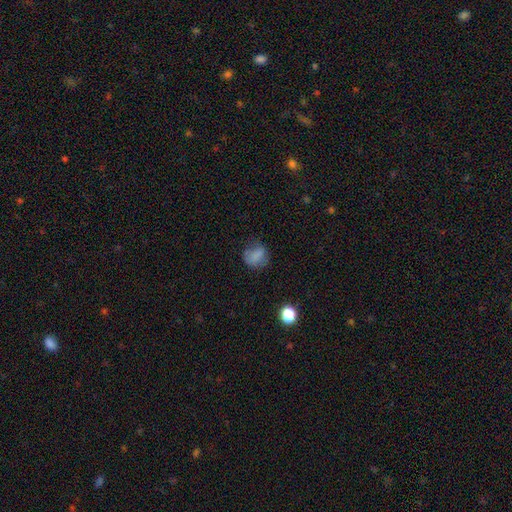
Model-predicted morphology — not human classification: A smooth galaxy with no disk features (75%) that is round (60%).

Vote fractions:
- Smooth or featured? smooth: 75% / featured or disk: 13% / star or artifact: 12%
- How rounded? round: 60% / in between: 39% / cigar-shaped: 1%
- Merging? none: 56% / minor disturbance: 27% / major disturbance: 15% / merger: 2%